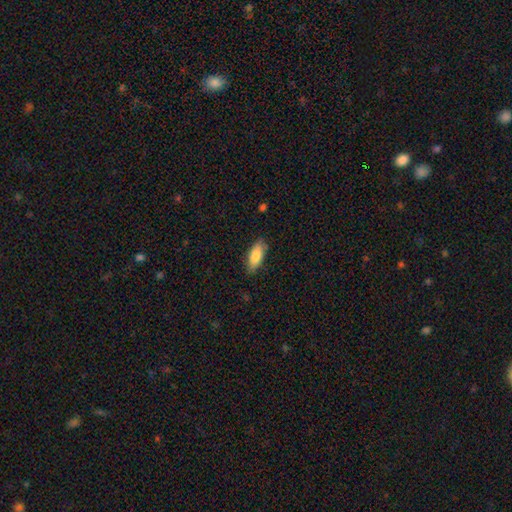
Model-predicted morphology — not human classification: smooth 84%, featured or disk 10%, star or artifact 6%. Down the decision tree: how rounded — in between (79%); merging — none (83%).